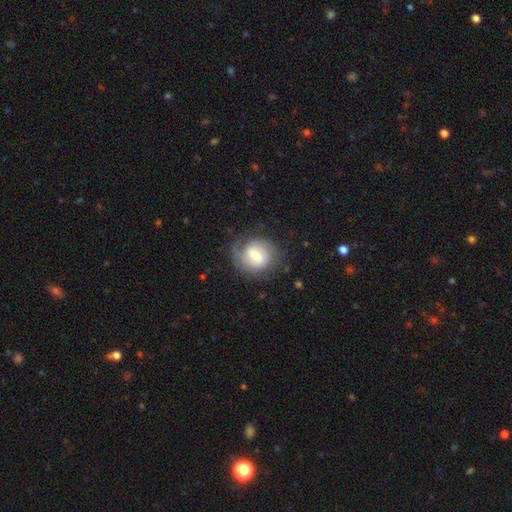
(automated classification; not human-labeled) featured or disk 60%, smooth 33%, star or artifact 7%. Down the decision tree: edge-on disk — no (97%); bar — weak (56%); spiral arms — yes (88%); spiral arm count — 2 (58%); spiral winding — tight (43%); bulge size — moderate (43%); merging — none (67%).